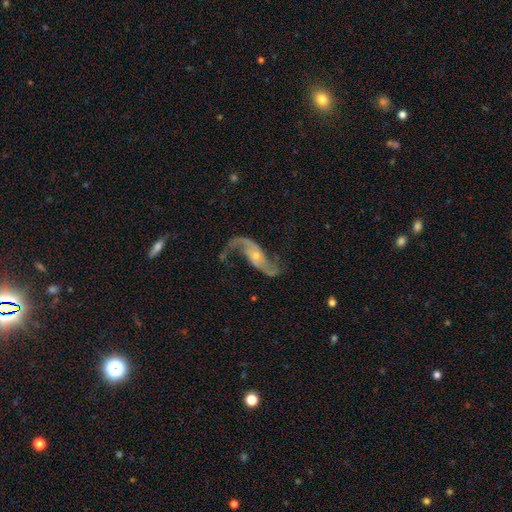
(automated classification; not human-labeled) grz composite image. It shows a featured or disk galaxy (89%) with no bar (56%), 2 (92%) loose (78%) spiral arms (96%) and a small central bulge (66%). Merging: none (66%).